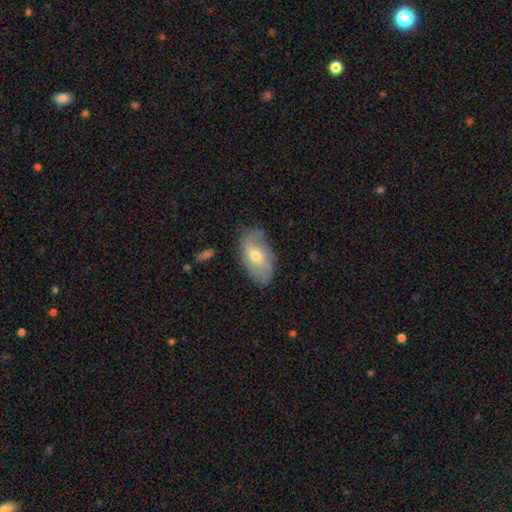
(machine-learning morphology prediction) Q: Smooth or featured?
A: smooth (50%); runner-up: featured or disk (43%)
Q: Merging?
A: none (70%); runner-up: minor disturbance (22%)